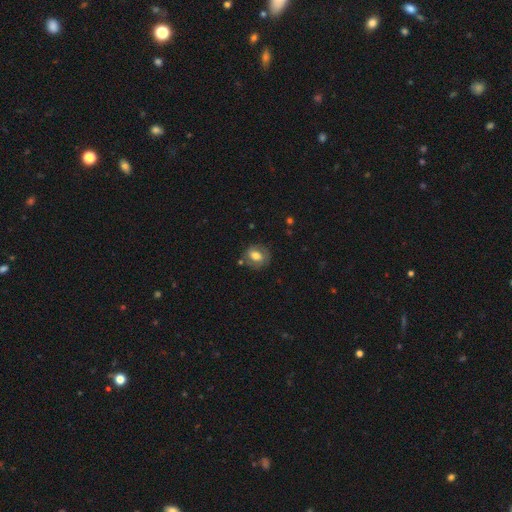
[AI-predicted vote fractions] Q: Smooth or featured?
A: smooth (71%); runner-up: featured or disk (20%)
Q: How rounded?
A: round (61%); runner-up: in between (38%)
Q: Merging?
A: none (76%); runner-up: minor disturbance (15%)